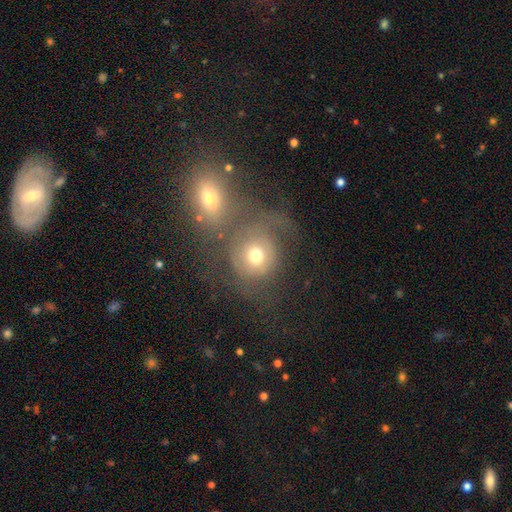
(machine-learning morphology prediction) Smooth or featured: smooth — 59% (featured or disk — 28%)
How rounded: round — 81% (in between — 18%)
Merging: merger — 47% (none — 28%)